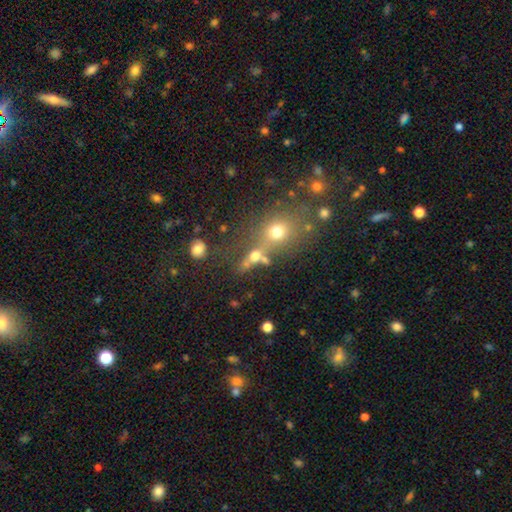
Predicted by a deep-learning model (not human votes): This appears to be a smooth galaxy with no disk features (57%) that is round (54%). Merging: none (49%).